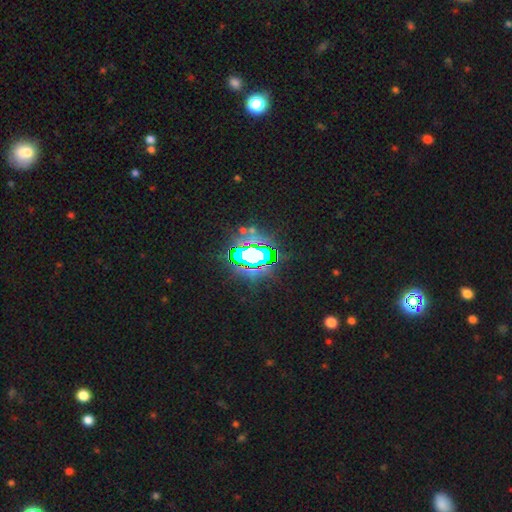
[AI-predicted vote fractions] Smooth or featured? star or artifact (71%)